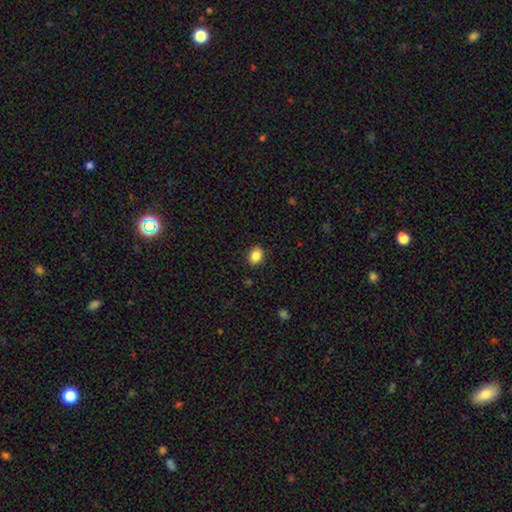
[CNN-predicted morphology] type=smooth (86%); roundness=in between (55%); merging=none (89%).